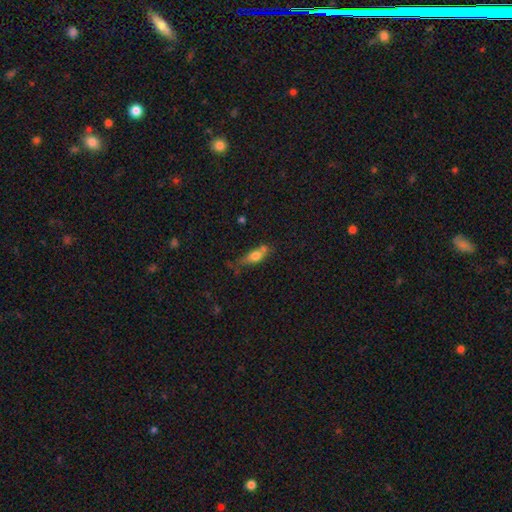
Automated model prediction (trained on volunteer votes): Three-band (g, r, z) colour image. It shows a smooth galaxy with no disk features (67%) that is in between round and cigar-shaped (66%). Merging: none (40%).